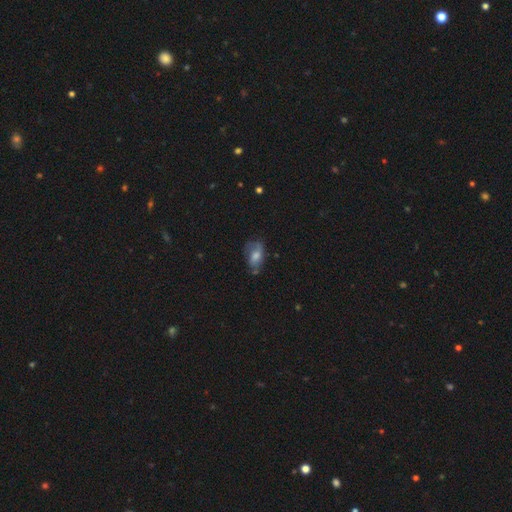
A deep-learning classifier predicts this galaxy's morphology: A smooth galaxy with no disk features (47%). Merging: none (54%).